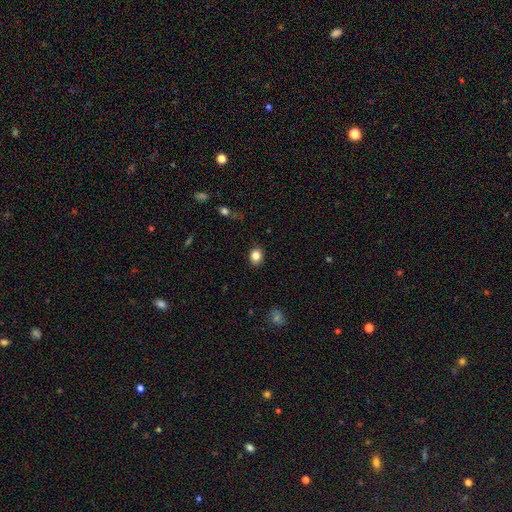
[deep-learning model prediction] Smooth or featured? smooth (84%)
How rounded? round (63%)
Merging? none (89%)